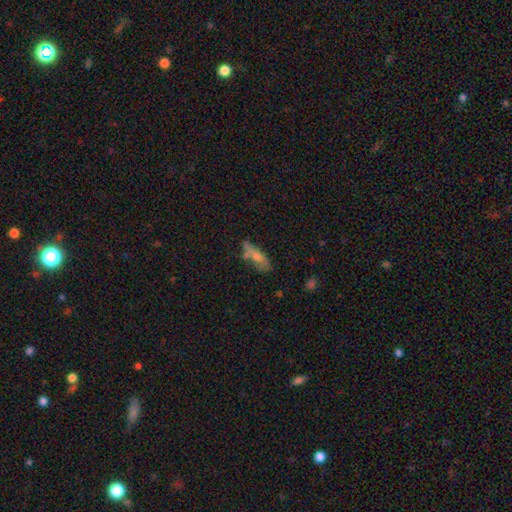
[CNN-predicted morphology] This appears to be a smooth galaxy with no disk features (63%) that is in between round and cigar-shaped (53%). Merging: none (46%).